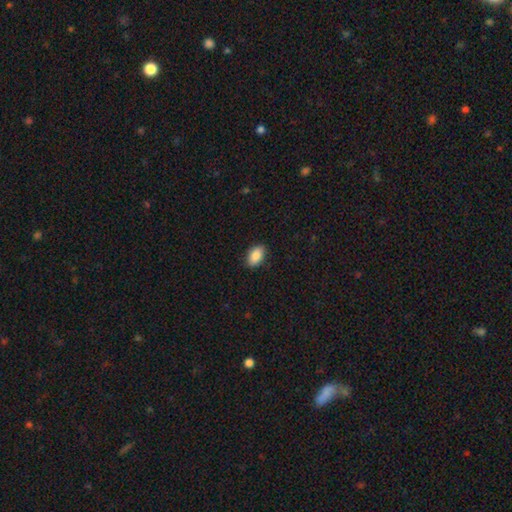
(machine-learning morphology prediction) Smooth or featured?
  - smooth: 89% *
  - star or artifact: 7%
  - featured or disk: 4%
How rounded?
  - in between: 93% *
  - round: 5%
  - cigar-shaped: 2%
Merging?
  - none: 89% *
  - minor disturbance: 8%
  - major disturbance: 2%
  - merger: 1%